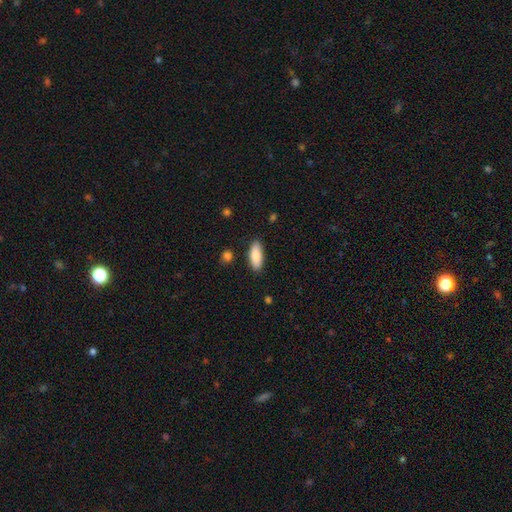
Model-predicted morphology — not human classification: smooth_or_featured: smooth (p=0.86) [alt: featured or disk p=0.08]
how_rounded: in between (p=0.75) [alt: cigar-shaped p=0.23]
merging: none (p=0.86) [alt: minor disturbance p=0.10]